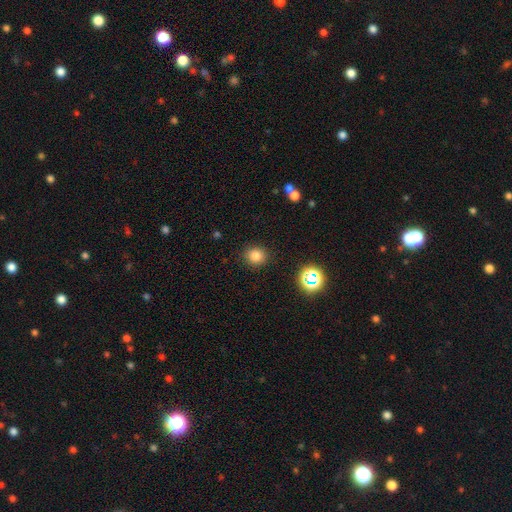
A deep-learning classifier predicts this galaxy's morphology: Smooth or featured: smooth — 81% (star or artifact — 15%)
How rounded: round — 85% (in between — 14%)
Merging: none — 89% (minor disturbance — 7%)